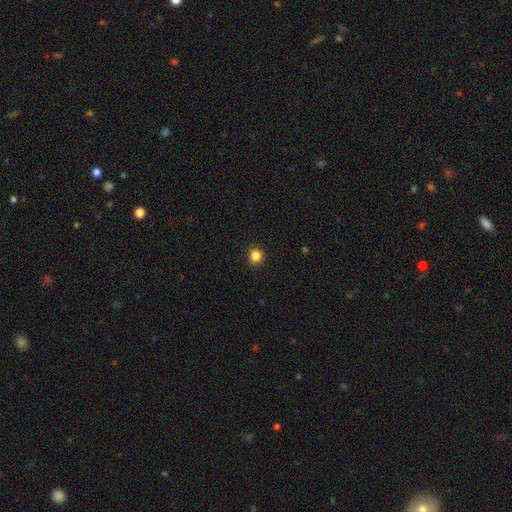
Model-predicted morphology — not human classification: smooth 85%, star or artifact 12%, featured or disk 3%. Down the decision tree: how rounded — round (91%); merging — none (92%).